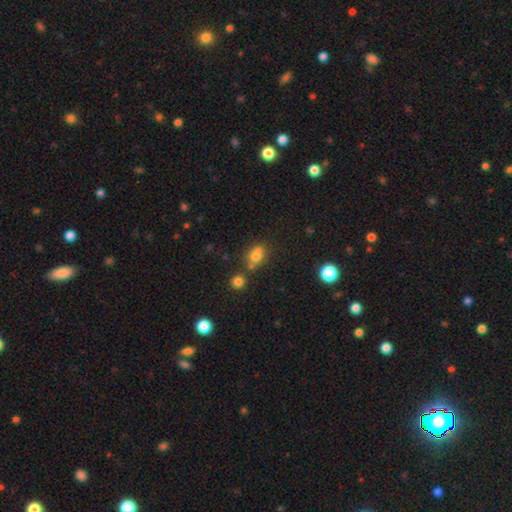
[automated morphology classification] This is likely a smooth galaxy (68%). How rounded: possibly round (53%). Merging: possibly none (46%).